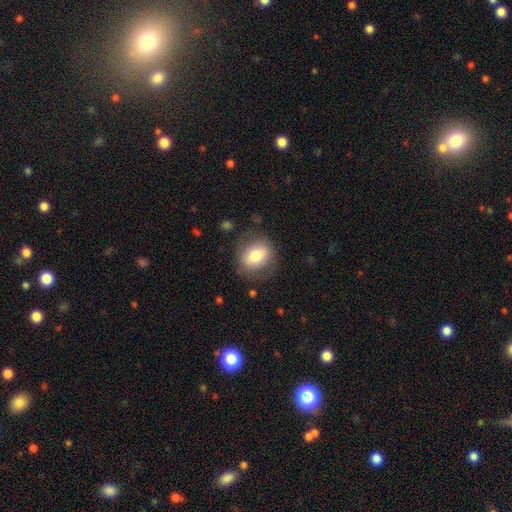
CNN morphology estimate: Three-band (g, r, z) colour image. It shows a smooth galaxy with no disk features (76%) that is round (59%). Merging: none (80%).